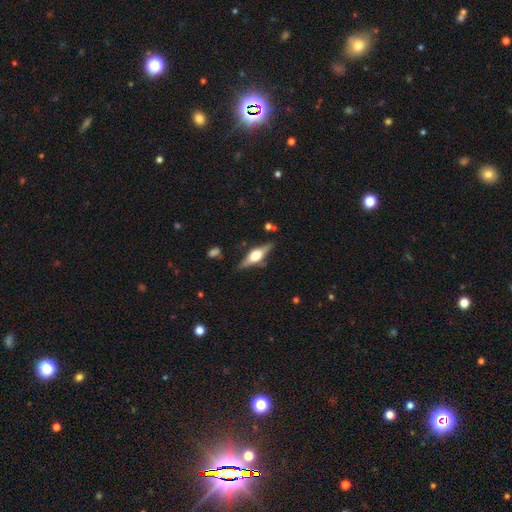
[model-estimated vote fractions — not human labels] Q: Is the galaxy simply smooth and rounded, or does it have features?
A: featured or disk — 71%.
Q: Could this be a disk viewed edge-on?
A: yes — 95%.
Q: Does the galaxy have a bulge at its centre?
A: rounded — 92%.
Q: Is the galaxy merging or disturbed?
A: none — 82%.